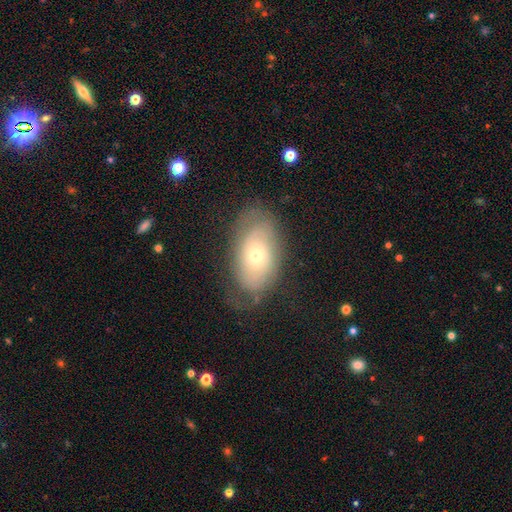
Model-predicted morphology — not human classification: smooth_or_featured: featured or disk (p=0.49) [alt: smooth p=0.43]
merging: none (p=0.66) [alt: minor disturbance p=0.22]